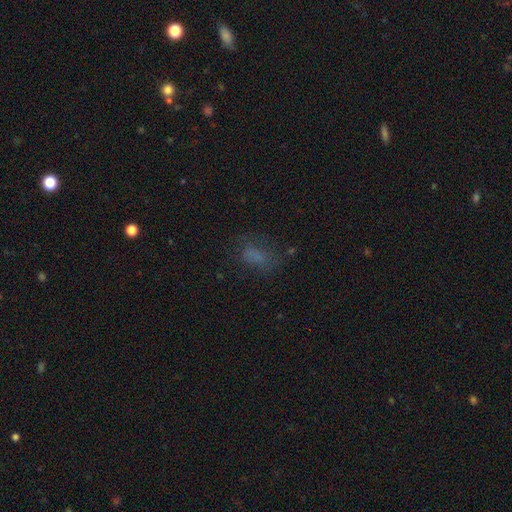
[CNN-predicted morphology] Smooth or featured?
  - smooth: 65% *
  - star or artifact: 20%
  - featured or disk: 15%
How rounded?
  - in between: 79% *
  - round: 15%
  - cigar-shaped: 5%
Merging?
  - none: 56% *
  - minor disturbance: 21%
  - major disturbance: 20%
  - merger: 2%